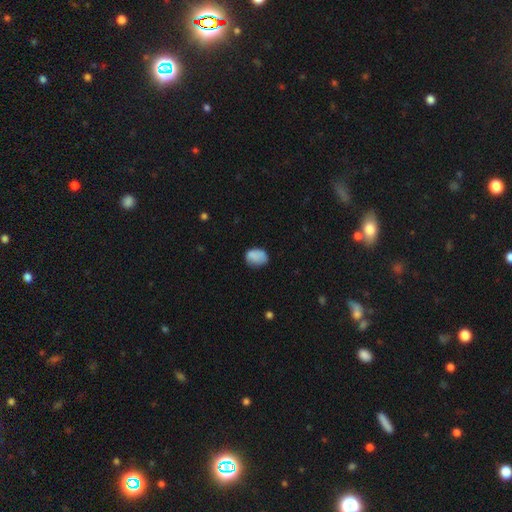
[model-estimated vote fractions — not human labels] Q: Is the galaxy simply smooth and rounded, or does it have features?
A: smooth — 84%.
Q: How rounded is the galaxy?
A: in between — 76%.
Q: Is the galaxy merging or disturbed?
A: none — 61%.